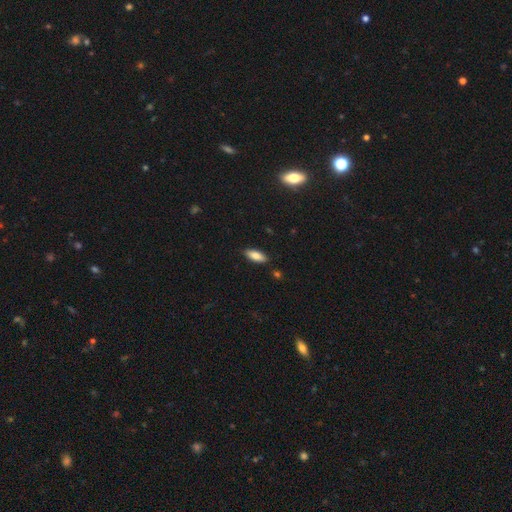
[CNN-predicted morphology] A smooth galaxy with no disk features (81%) that is in between round and cigar-shaped (73%).

Vote fractions:
- Smooth or featured? smooth: 81% / featured or disk: 12% / star or artifact: 7%
- How rounded? in between: 73% / cigar-shaped: 25% / round: 2%
- Merging? none: 86% / minor disturbance: 10% / major disturbance: 2% / merger: 2%